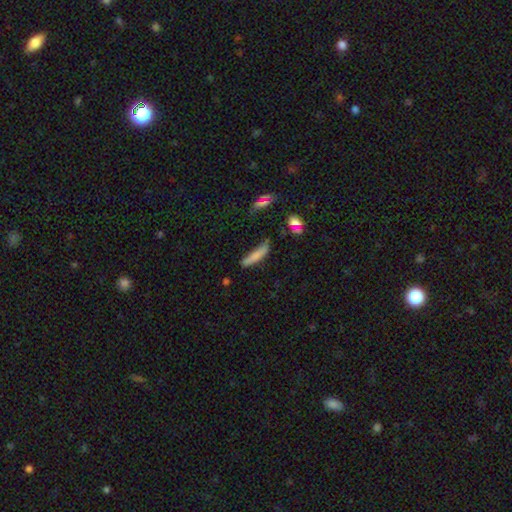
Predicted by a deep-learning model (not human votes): smooth 77%, featured or disk 14%, star or artifact 9%. Down the decision tree: how rounded — cigar-shaped (83%); merging — none (65%).